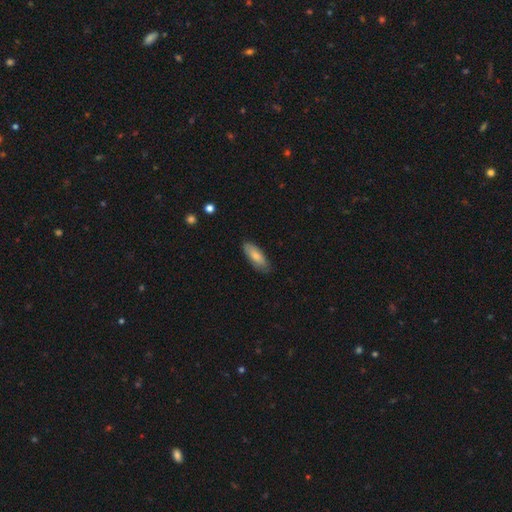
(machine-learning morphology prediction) A smooth galaxy with no disk features (80%) that is in between round and cigar-shaped (70%). Merging: none (82%).